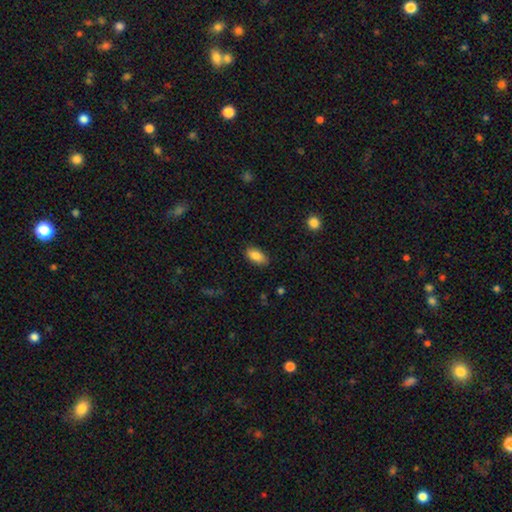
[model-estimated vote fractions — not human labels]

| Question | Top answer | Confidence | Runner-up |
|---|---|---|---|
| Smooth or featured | smooth | 86% | star or artifact (7%) |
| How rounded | in between | 92% | cigar-shaped (5%) |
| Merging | none | 86% | minor disturbance (11%) |